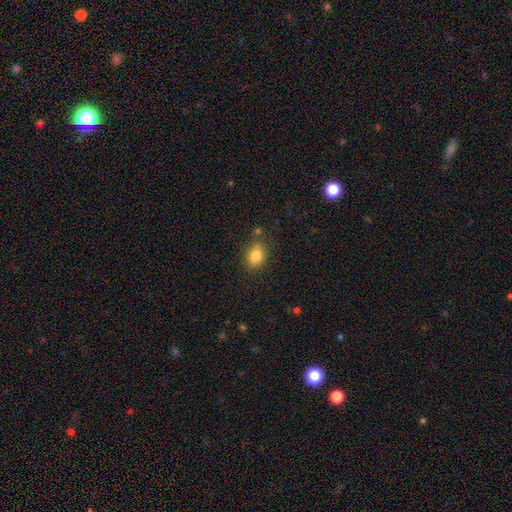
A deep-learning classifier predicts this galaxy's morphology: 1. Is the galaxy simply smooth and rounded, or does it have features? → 83% smooth, 10% star or artifact, 7% featured or disk.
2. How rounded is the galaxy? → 72% in between, 27% round, 2% cigar-shaped.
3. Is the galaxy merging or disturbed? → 77% none, 13% minor disturbance, 6% merger, 4% major disturbance.